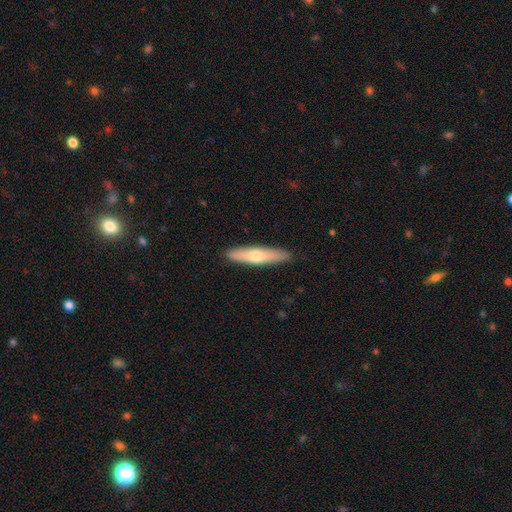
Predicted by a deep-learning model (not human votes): Morphology: type=smooth (57%); roundness=cigar-shaped (81%); merging=none (89%).